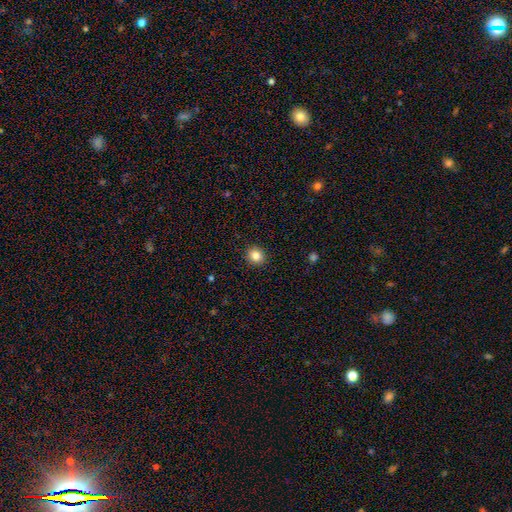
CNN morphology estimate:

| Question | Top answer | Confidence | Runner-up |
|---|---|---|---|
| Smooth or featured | smooth | 83% | star or artifact (11%) |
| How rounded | round | 80% | in between (19%) |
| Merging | none | 91% | minor disturbance (6%) |